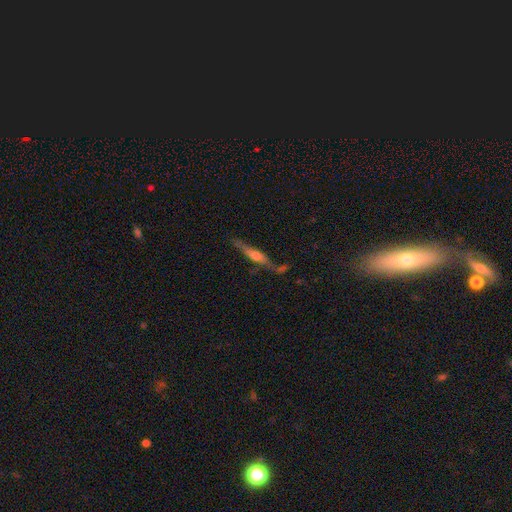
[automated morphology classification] A featured or disk galaxy (71%) viewed edge-on (94%) with a rounded central bulge (85%).

Vote fractions:
- Smooth or featured? featured or disk: 71% / smooth: 22% / star or artifact: 7%
- Edge-on disk? yes: 94% / no: 6%
- Edge-on bulge? rounded: 85% / boxy: 10% / none: 5%
- Merging? none: 66% / minor disturbance: 20% / merger: 7% / major disturbance: 7%